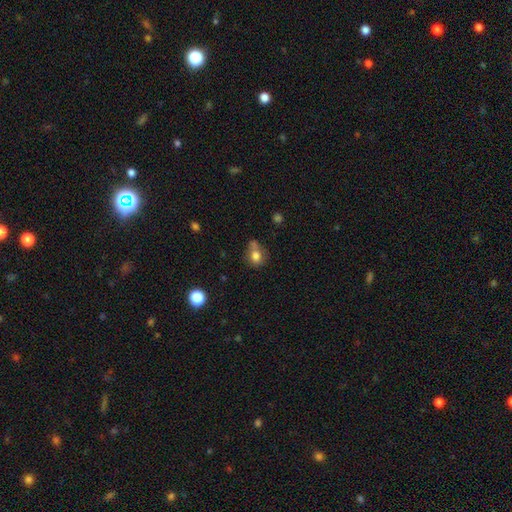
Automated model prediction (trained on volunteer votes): Morphology: type=smooth (76%); roundness=round (59%); merging=none (45%).